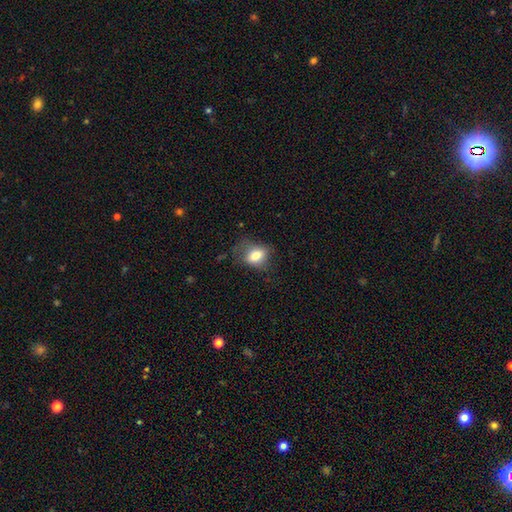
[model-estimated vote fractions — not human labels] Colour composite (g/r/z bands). It shows a smooth galaxy with no disk features (77%) that is in between round and cigar-shaped (72%). Merging: none (52%).